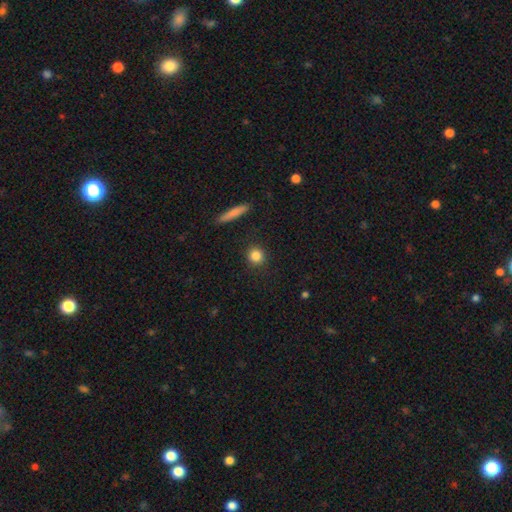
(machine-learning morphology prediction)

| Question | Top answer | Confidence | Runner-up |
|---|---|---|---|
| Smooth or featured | smooth | 84% | star or artifact (9%) |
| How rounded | round | 88% | in between (9%) |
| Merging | none | 90% | minor disturbance (6%) |